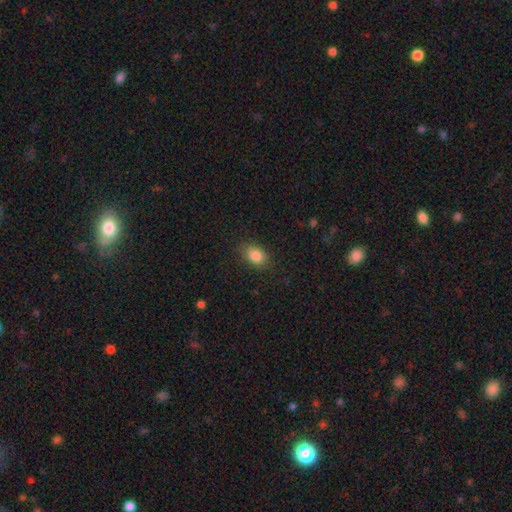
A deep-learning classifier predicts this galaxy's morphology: Q: Smooth or featured?
A: smooth (85%); runner-up: star or artifact (9%)
Q: How rounded?
A: in between (78%); runner-up: round (20%)
Q: Merging?
A: none (84%); runner-up: minor disturbance (12%)